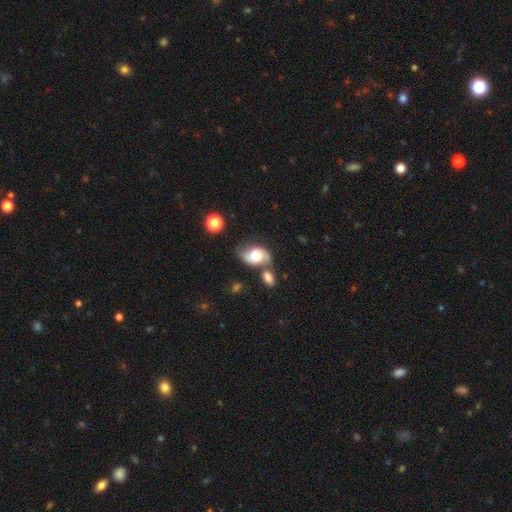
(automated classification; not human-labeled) smooth-or-featured: featured or disk: 56% | smooth: 35% | star or artifact: 9%
  disk-edge-on: no: 97% | yes: 3%
    bar: no: 63% | weak: 30% | strong: 7%
    has-spiral-arms: yes: 85% | no: 15%
    bulge-size: large: 47% | moderate: 32% | dominant: 8% | small: 8% | none: 6%
  merging: none: 46% | merger: 24% | minor disturbance: 21% | major disturbance: 10%